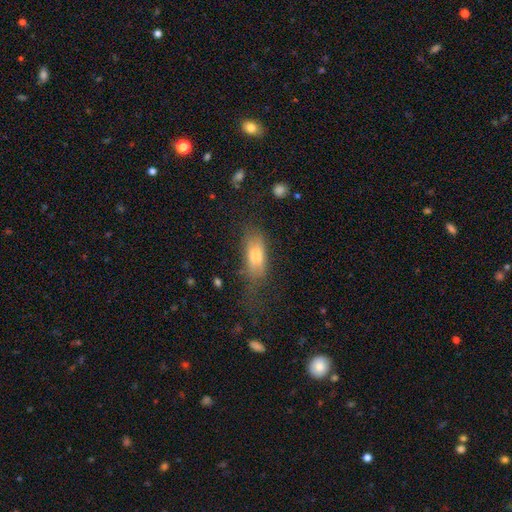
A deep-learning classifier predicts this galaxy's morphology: The model was most divided on "merging": none: 47%, minor disturbance: 26%, major disturbance: 23%, merger: 3%. More confident: how rounded — in between (67%); smooth or featured — smooth (63%).